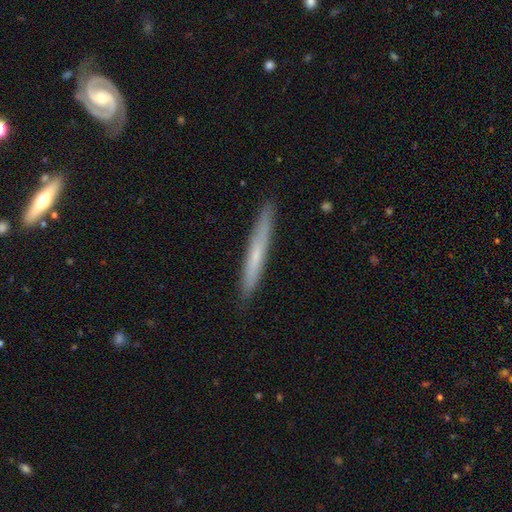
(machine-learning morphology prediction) Smooth or featured: smooth — 55% (featured or disk — 39%)
How rounded: cigar-shaped — 96% (in between — 2%)
Merging: none — 90% (minor disturbance — 8%)